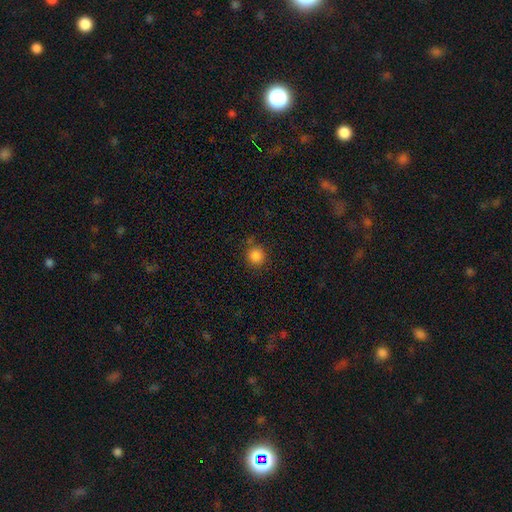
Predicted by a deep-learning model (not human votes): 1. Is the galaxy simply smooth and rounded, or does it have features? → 85% smooth, 12% star or artifact, 3% featured or disk.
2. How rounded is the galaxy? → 92% round, 7% in between, 1% cigar-shaped.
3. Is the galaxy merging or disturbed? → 83% none, 10% minor disturbance, 4% merger, 3% major disturbance.